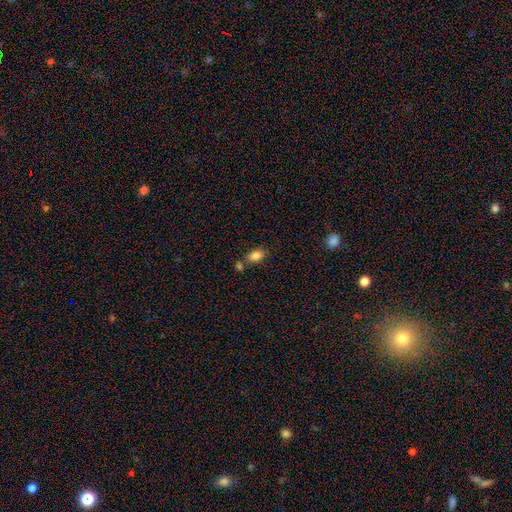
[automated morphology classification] smooth_or_featured: smooth (p=0.84) [alt: star or artifact p=0.09]
how_rounded: in between (p=0.88) [alt: round p=0.09]
merging: none (p=0.65) [alt: merger p=0.19]